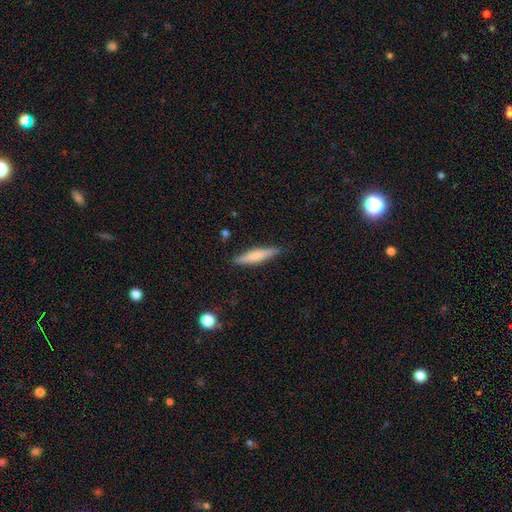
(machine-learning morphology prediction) Q: Smooth or featured?
A: smooth (56%); runner-up: featured or disk (37%)
Q: How rounded?
A: cigar-shaped (85%); runner-up: in between (13%)
Q: Merging?
A: none (86%); runner-up: minor disturbance (10%)